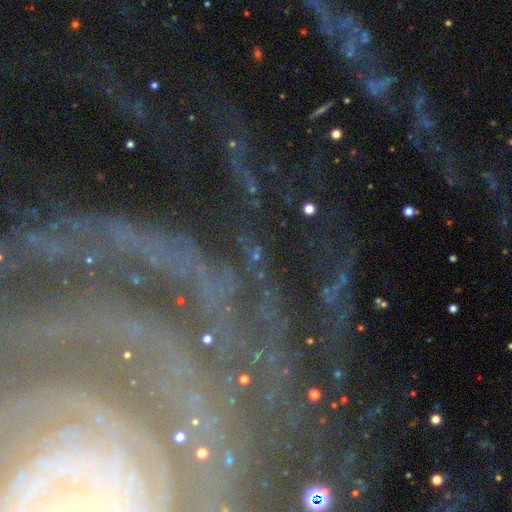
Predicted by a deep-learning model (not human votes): A star or artifact, not a galaxy (45%).